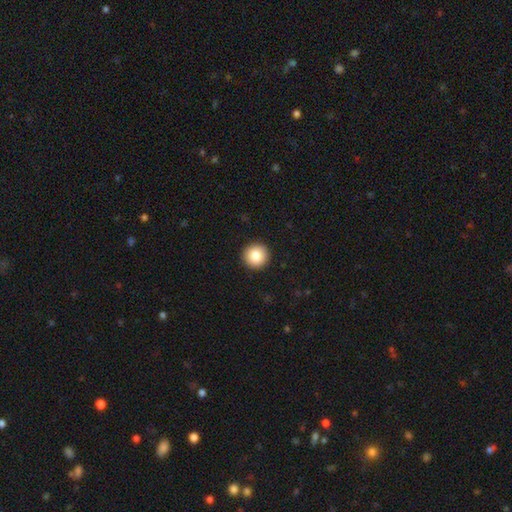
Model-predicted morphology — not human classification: This appears to be a smooth galaxy with no disk features (85%) that is round (96%). Merging: none (93%).